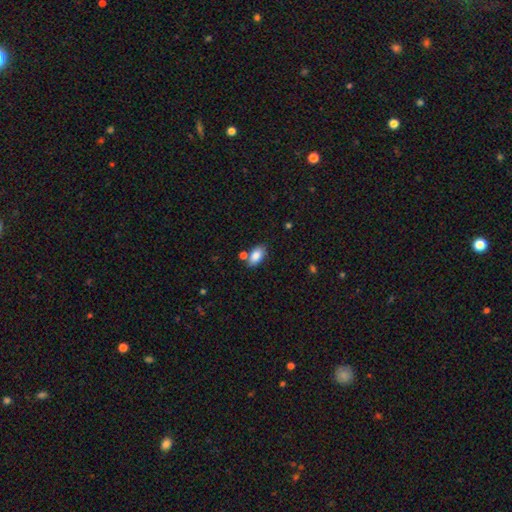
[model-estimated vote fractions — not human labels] A smooth galaxy with no disk features (85%) that is in between round and cigar-shaped (92%).

Vote fractions:
- Smooth or featured? smooth: 85% / featured or disk: 8% / star or artifact: 7%
- How rounded? in between: 92% / round: 5% / cigar-shaped: 3%
- Merging? none: 70% / minor disturbance: 14% / merger: 13% / major disturbance: 3%